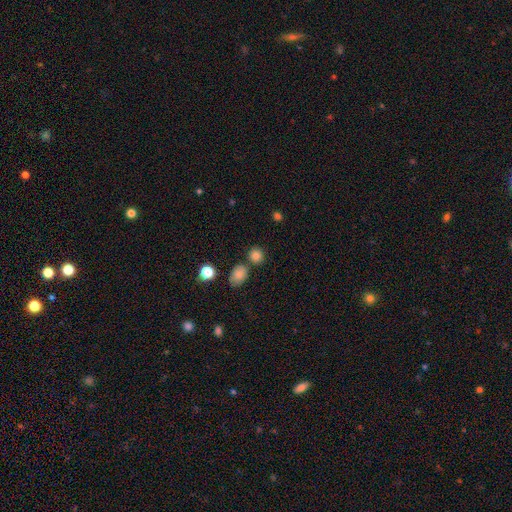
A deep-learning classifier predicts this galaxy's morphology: smooth_or_featured: smooth (p=0.83) [alt: star or artifact p=0.12]
how_rounded: round (p=0.82) [alt: in between p=0.17]
merging: none (p=0.72) [alt: merger p=0.15]